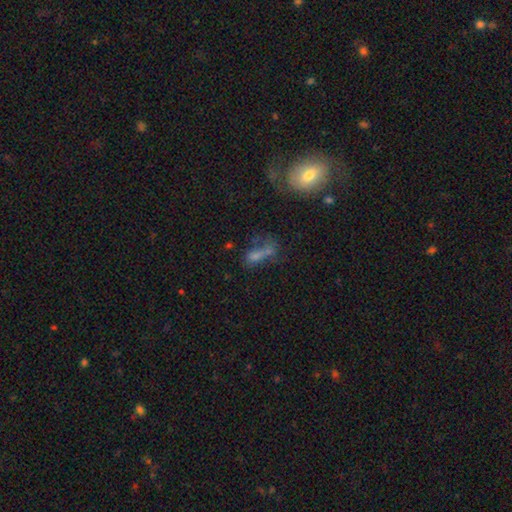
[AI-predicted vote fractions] Smooth or featured? smooth (57%)
How rounded? in between (62%)
Merging? none (32%)